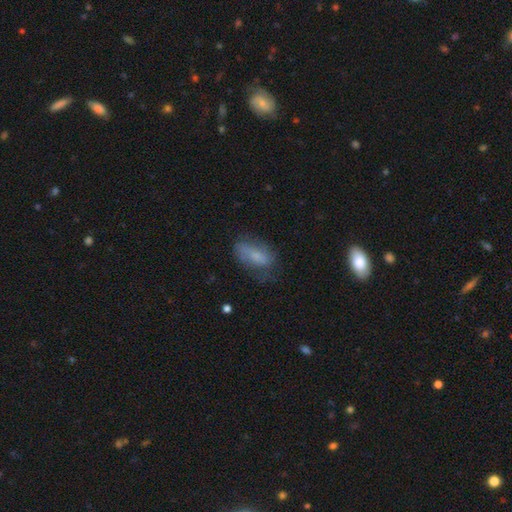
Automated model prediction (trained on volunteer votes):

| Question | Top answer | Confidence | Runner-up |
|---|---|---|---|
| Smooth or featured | smooth | 64% | featured or disk (26%) |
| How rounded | in between | 85% | cigar-shaped (10%) |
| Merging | none | 55% | minor disturbance (28%) |